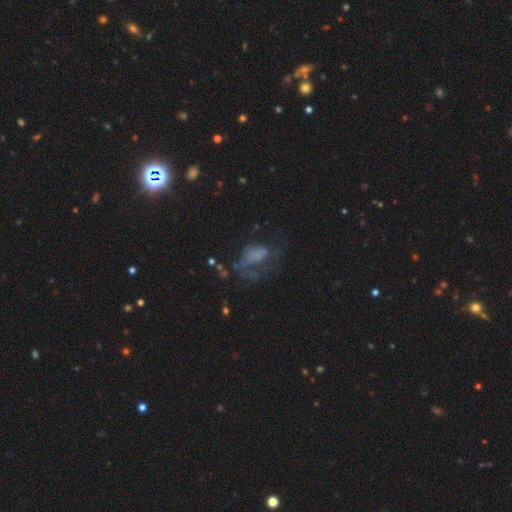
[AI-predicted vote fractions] Smooth or featured? Predicted: featured or disk (p=0.46). Merging? Predicted: major disturbance (p=0.50).